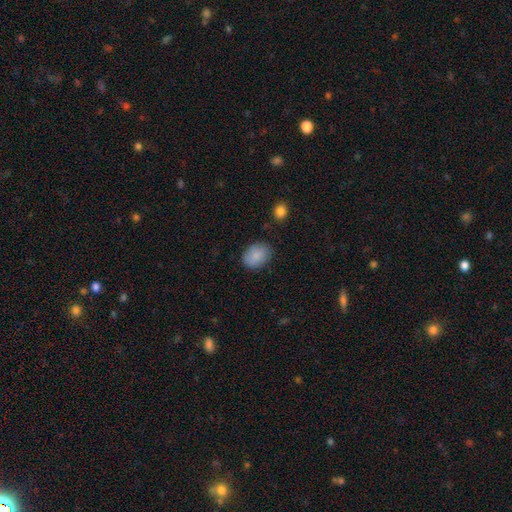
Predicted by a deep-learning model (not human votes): This is clearly a smooth galaxy (87%). How rounded: likely in between (65%). Merging: clearly none (80%).